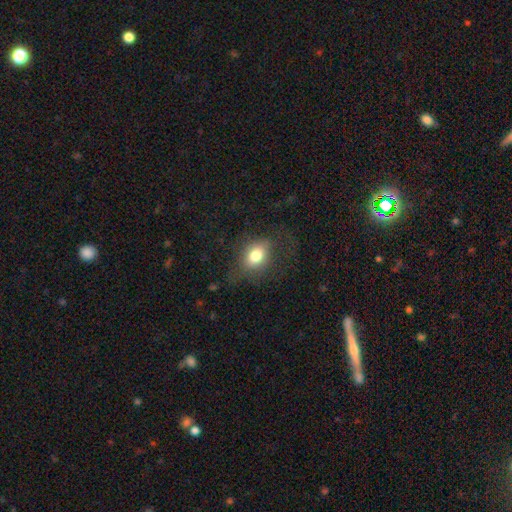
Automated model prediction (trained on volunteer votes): A smooth galaxy with no disk features (75%) that is in between round and cigar-shaped (63%).

Vote fractions:
- Smooth or featured? smooth: 75% / featured or disk: 14% / star or artifact: 10%
- How rounded? in between: 63% / round: 35% / cigar-shaped: 2%
- Merging? none: 66% / minor disturbance: 19% / major disturbance: 14% / merger: 1%